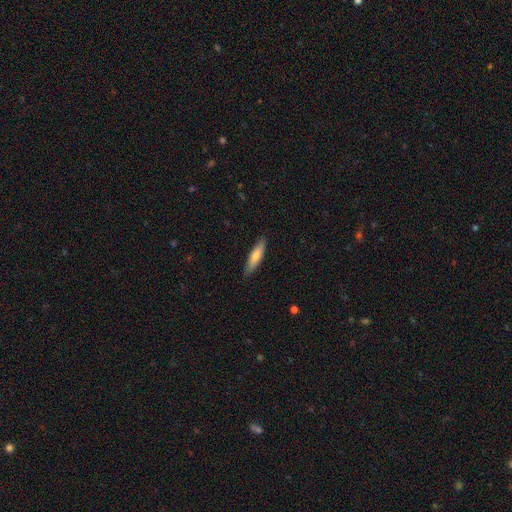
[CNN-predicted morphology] This appears to be a smooth galaxy with no disk features (74%) that is cigar-shaped (77%). Merging: none (86%).